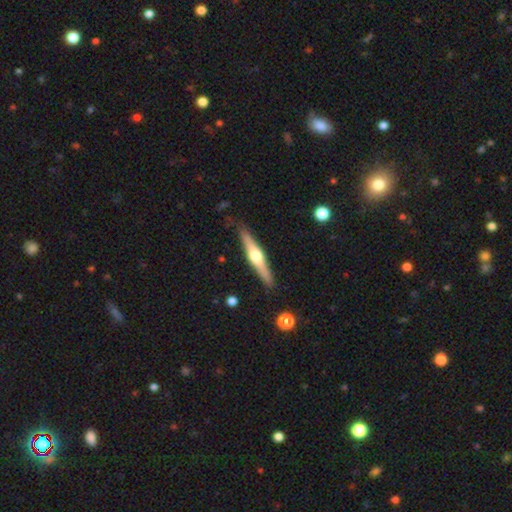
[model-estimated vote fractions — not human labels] Smooth or featured? featured or disk (67%)
Edge-on disk? yes (97%)
Edge-on bulge? rounded (92%)
Merging? none (88%)